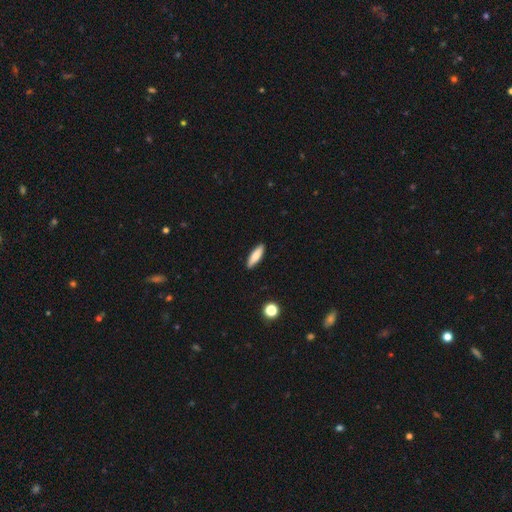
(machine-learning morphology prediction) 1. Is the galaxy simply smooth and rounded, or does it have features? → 80% smooth, 14% featured or disk, 6% star or artifact.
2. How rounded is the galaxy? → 55% cigar-shaped, 43% in between, 2% round.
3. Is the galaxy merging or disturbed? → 88% none, 9% minor disturbance, 2% major disturbance, 1% merger.